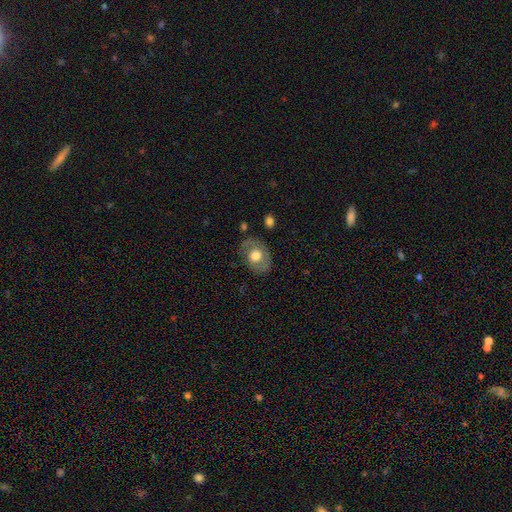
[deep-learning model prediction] Morphology: type=smooth (53%); roundness=in between (62%); merging=none (69%).